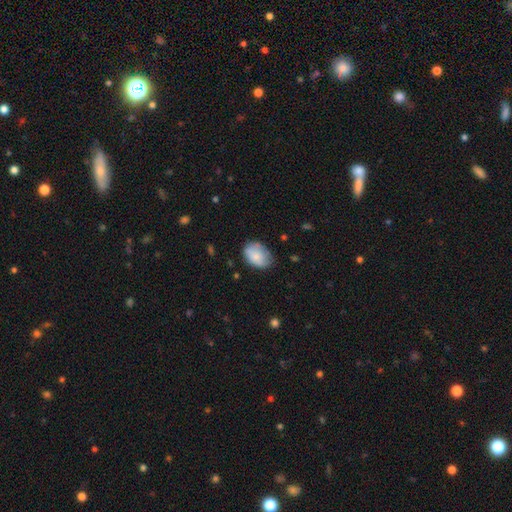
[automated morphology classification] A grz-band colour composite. It shows a smooth galaxy with no disk features (79%) that is in between round and cigar-shaped (83%). Merging: none (66%).